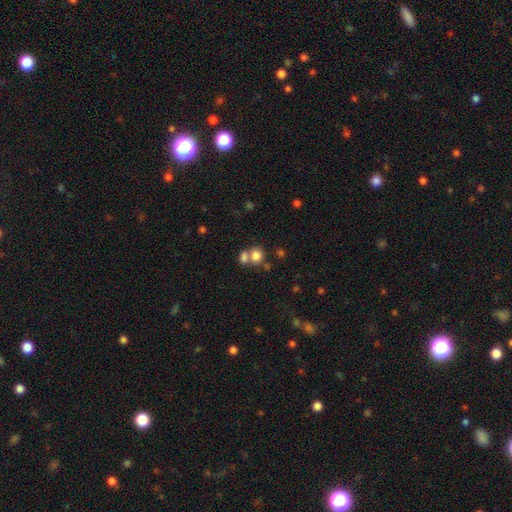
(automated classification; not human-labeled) This appears to be a smooth galaxy with no disk features (79%) that is round (65%). Merging: merger (47%).